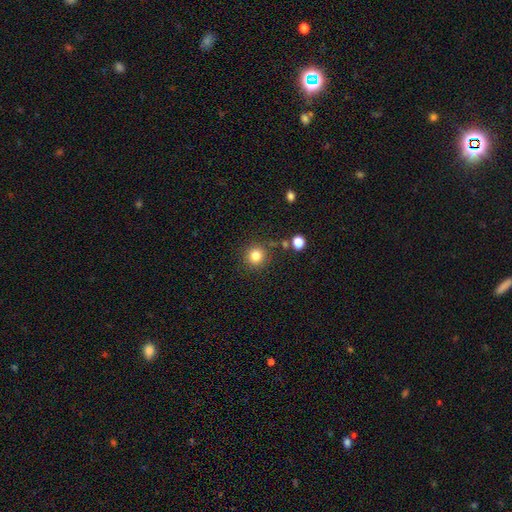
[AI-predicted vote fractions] Smooth or featured: smooth — 83% (star or artifact — 12%)
How rounded: round — 93% (in between — 6%)
Merging: none — 84% (minor disturbance — 8%)